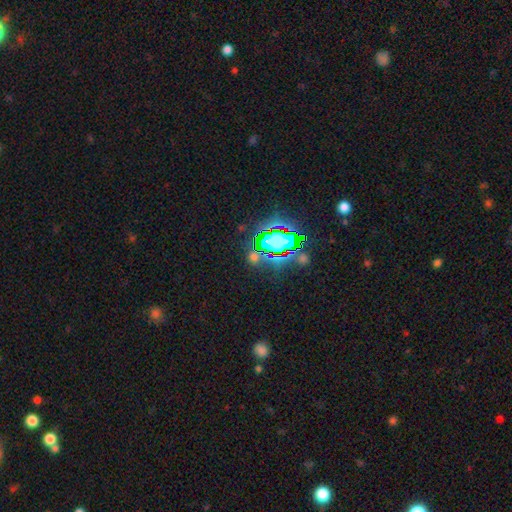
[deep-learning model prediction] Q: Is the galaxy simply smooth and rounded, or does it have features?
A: star or artifact — 71%.